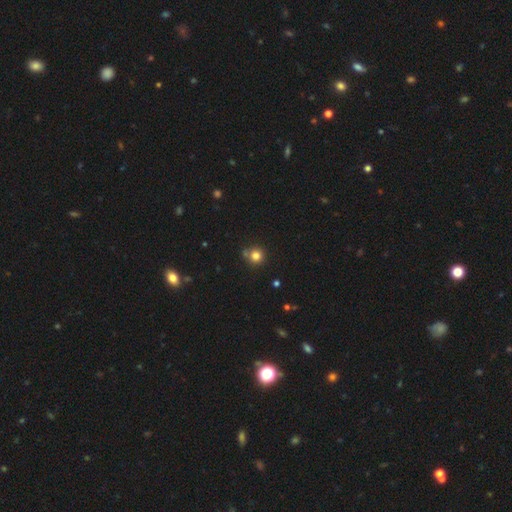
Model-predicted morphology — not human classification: A smooth galaxy with no disk features (80%) that is round (93%).

Vote fractions:
- Smooth or featured? smooth: 80% / star or artifact: 14% / featured or disk: 6%
- How rounded? round: 93% / in between: 6% / cigar-shaped: 1%
- Merging? none: 75% / merger: 11% / minor disturbance: 11% / major disturbance: 3%